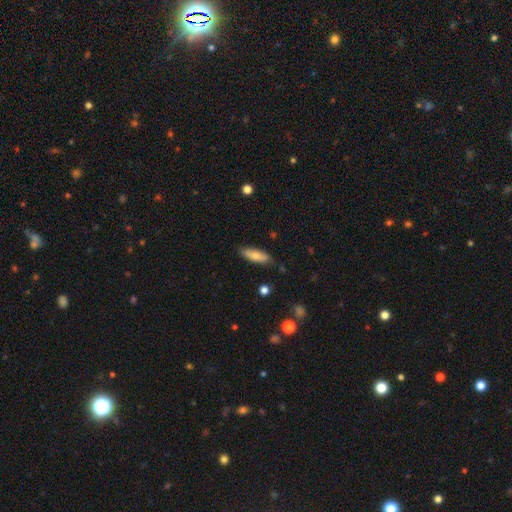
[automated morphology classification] Q: Smooth or featured?
A: smooth (71%); runner-up: featured or disk (23%)
Q: How rounded?
A: in between (59%); runner-up: cigar-shaped (39%)
Q: Merging?
A: none (83%); runner-up: minor disturbance (13%)